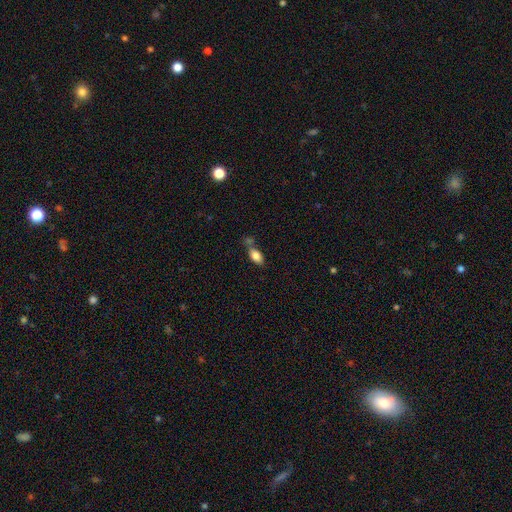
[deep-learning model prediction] smooth 80%, featured or disk 12%, star or artifact 8%. Down the decision tree: how rounded — in between (88%); merging — none (50%).